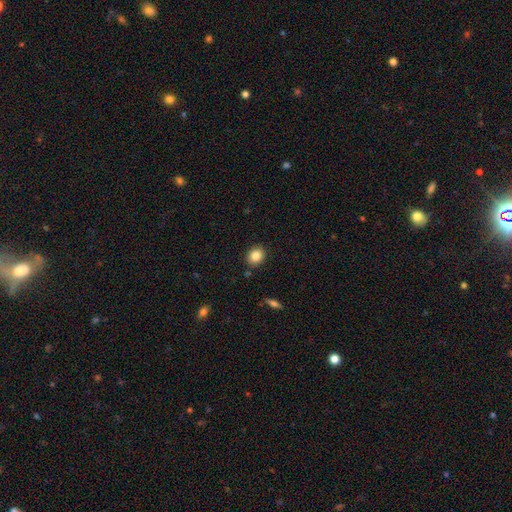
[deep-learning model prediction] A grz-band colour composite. It shows a smooth galaxy with no disk features (84%) that is round (66%). Merging: none (87%).